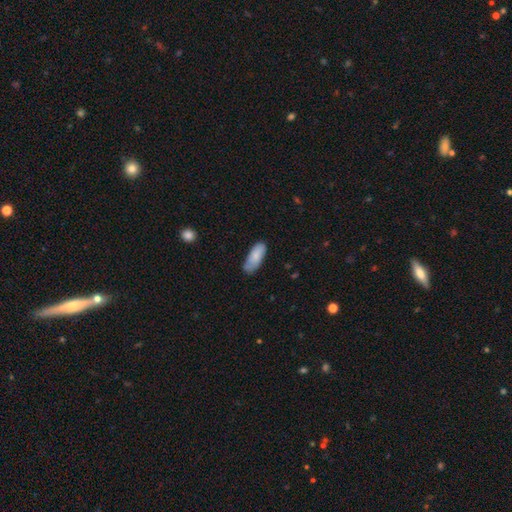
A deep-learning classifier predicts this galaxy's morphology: smooth 83%, featured or disk 11%, star or artifact 6%. Down the decision tree: how rounded — in between (78%); merging — none (71%).